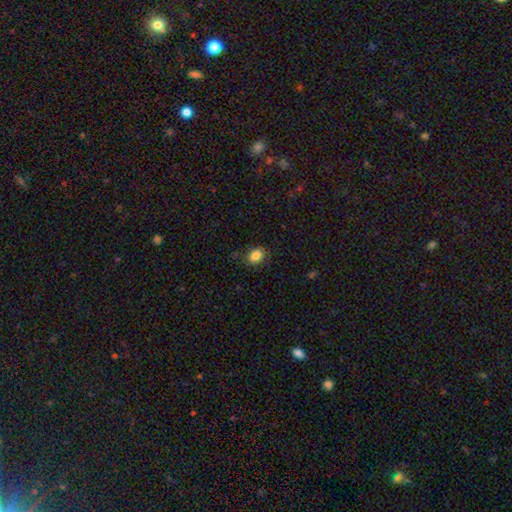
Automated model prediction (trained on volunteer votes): smooth_or_featured: smooth (p=0.85) [alt: star or artifact p=0.09]
how_rounded: in between (p=0.65) [alt: round p=0.34]
merging: none (p=0.80) [alt: minor disturbance p=0.15]